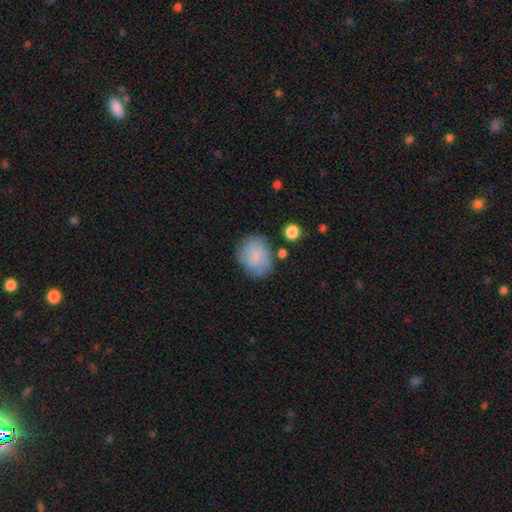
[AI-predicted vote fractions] Morphology: type=smooth (69%); roundness=round (55%); merging=none (67%).